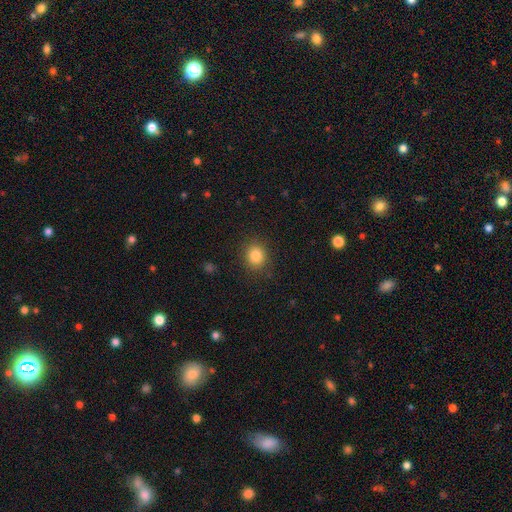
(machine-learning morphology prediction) A smooth galaxy with no disk features (84%) that is round (73%). Merging: none (87%).